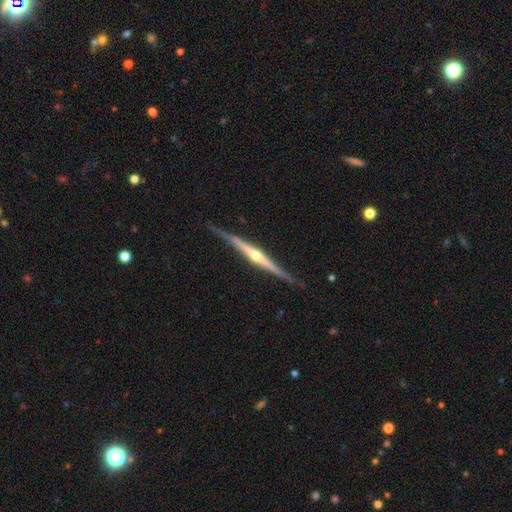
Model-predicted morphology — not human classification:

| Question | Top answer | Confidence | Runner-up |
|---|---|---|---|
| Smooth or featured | featured or disk | 86% | smooth (10%) |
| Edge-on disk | yes | 98% | no (2%) |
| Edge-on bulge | rounded | 88% | none (8%) |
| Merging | none | 86% | minor disturbance (11%) |